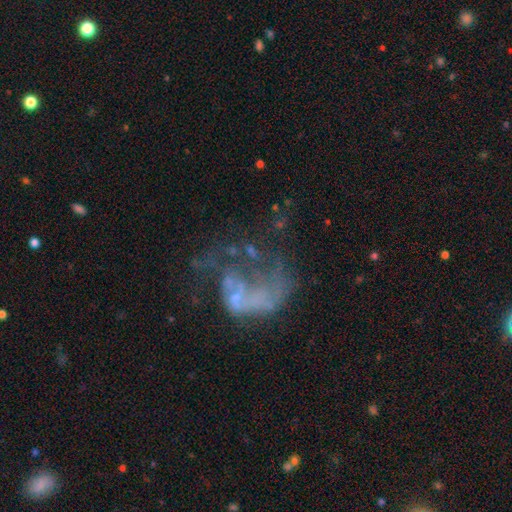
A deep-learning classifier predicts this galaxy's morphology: A featured or disk galaxy (67%) with no bar (88%), no spiral arms (70%) and no central bulge (72%). Merging: major disturbance (50%).